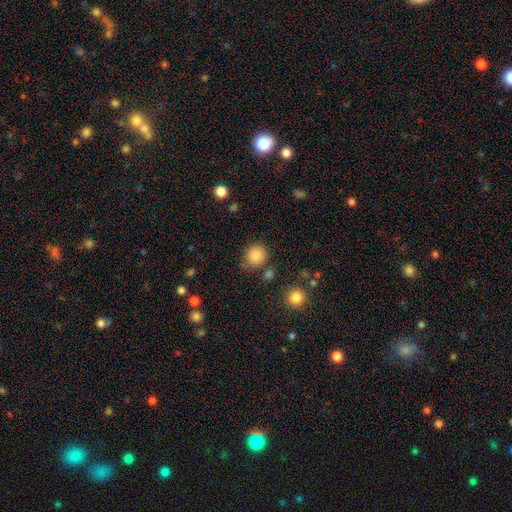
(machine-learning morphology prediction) Smooth or featured? Predicted: smooth (p=0.85). How rounded? Predicted: round (p=0.85). Merging? Predicted: none (p=0.77).